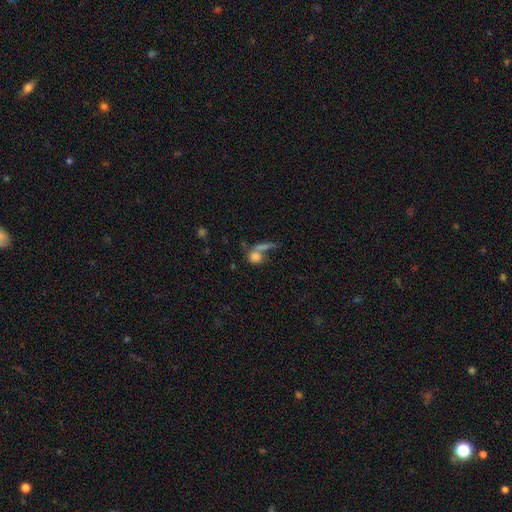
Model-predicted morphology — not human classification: type=smooth (75%); roundness=round (61%); merging=merger (41%).